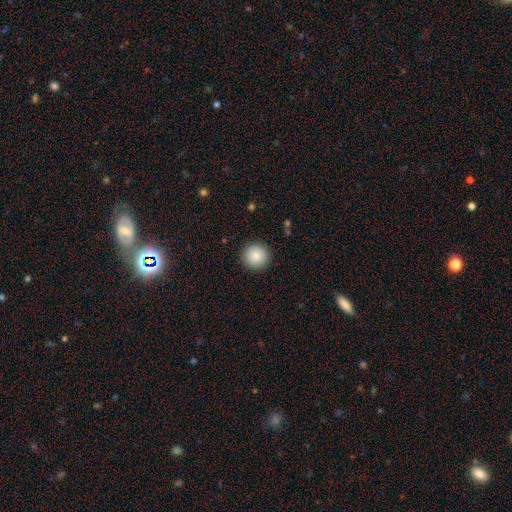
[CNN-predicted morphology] smooth 87%, star or artifact 8%, featured or disk 5%. Down the decision tree: how rounded — round (96%); merging — none (91%).